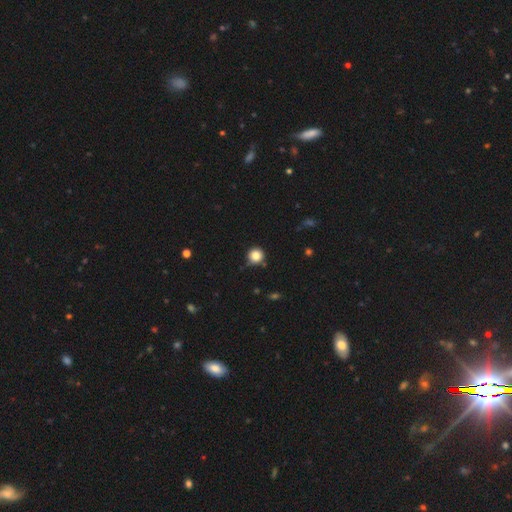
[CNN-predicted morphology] Q: Smooth or featured?
A: smooth (84%); runner-up: star or artifact (11%)
Q: How rounded?
A: round (94%); runner-up: in between (5%)
Q: Merging?
A: none (84%); runner-up: minor disturbance (11%)